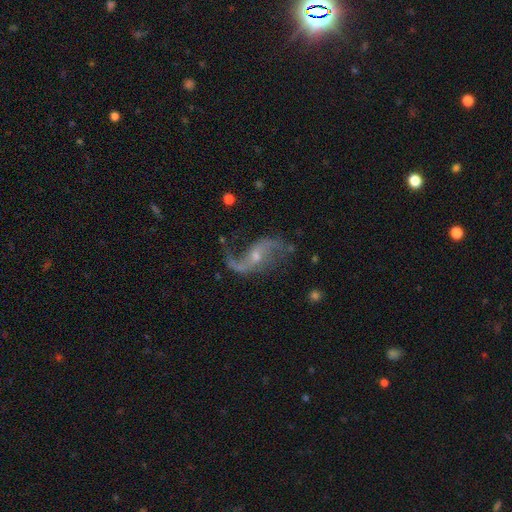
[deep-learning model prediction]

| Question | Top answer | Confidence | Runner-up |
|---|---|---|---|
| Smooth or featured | featured or disk | 89% | star or artifact (6%) |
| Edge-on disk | no | 96% | yes (4%) |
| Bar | no | 48% | weak (36%) |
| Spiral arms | yes | 96% | no (4%) |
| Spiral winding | loose | 84% | medium (13%) |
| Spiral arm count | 2 | 91% | 1 (4%) |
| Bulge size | small | 60% | moderate (34%) |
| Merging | none | 68% | minor disturbance (17%) |